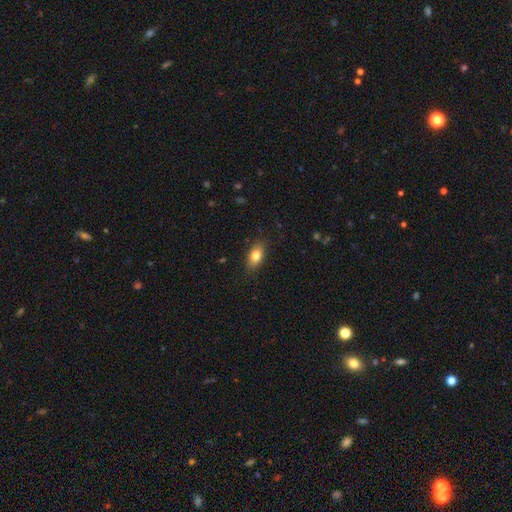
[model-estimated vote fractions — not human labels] smooth 81%, featured or disk 11%, star or artifact 8%. Down the decision tree: how rounded — in between (86%); merging — none (86%).